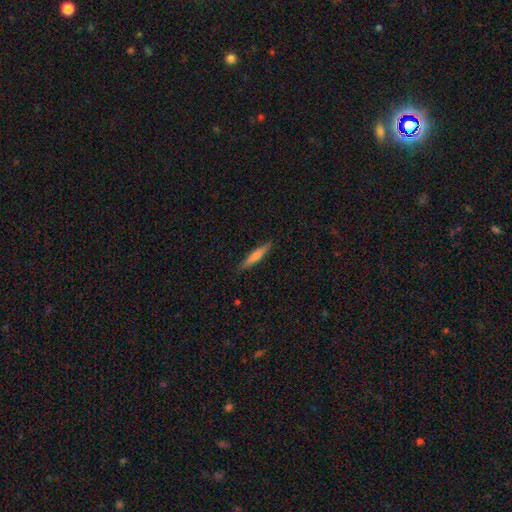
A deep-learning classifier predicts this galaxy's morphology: Overall: smooth (57%; featured or disk 37%). How rounded: cigar-shaped (93%). Merging: none (89%).